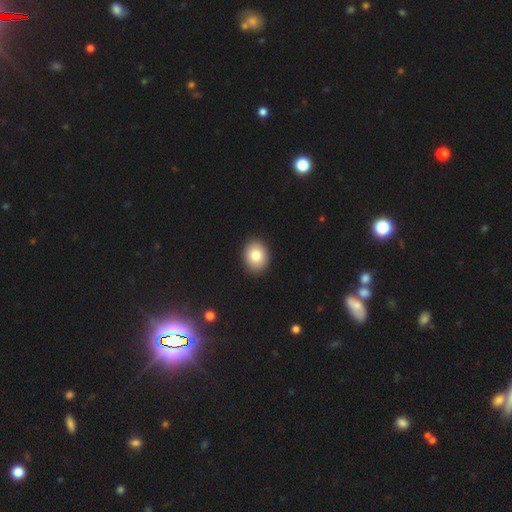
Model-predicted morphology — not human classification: Overall: smooth (82%). How rounded: in between (56%; round 43%). Merging: none (91%).